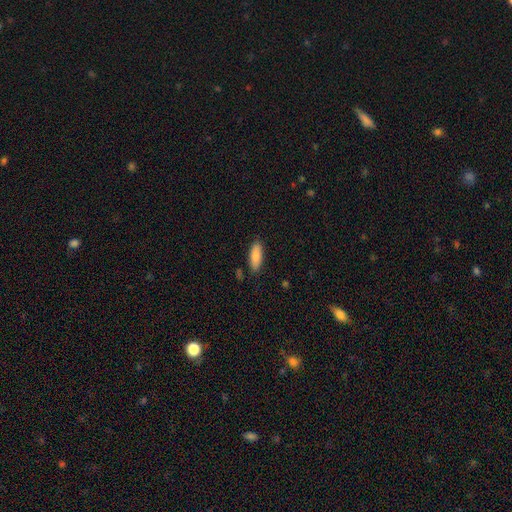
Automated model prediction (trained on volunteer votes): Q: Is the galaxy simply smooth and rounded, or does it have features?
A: smooth — 87%.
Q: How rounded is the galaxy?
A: in between — 71%.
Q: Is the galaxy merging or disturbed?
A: none — 84%.